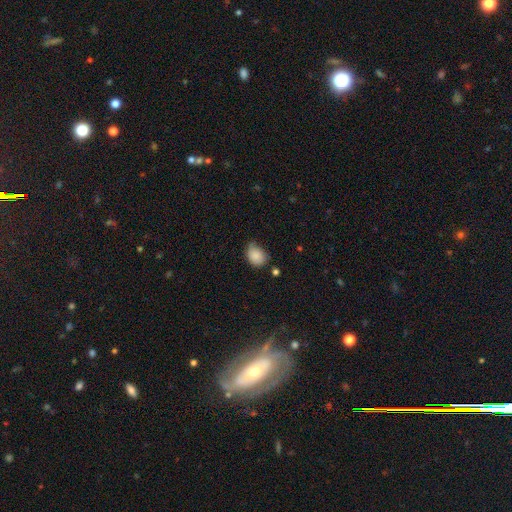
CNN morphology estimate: smooth_or_featured: smooth (p=0.85) [alt: star or artifact p=0.08]
how_rounded: in between (p=0.64) [alt: round p=0.35]
merging: none (p=0.48) [alt: minor disturbance p=0.40]